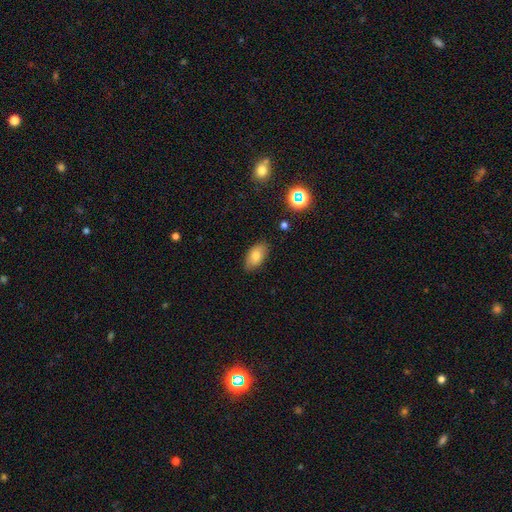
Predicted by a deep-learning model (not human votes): smooth-or-featured: smooth: 76% | featured or disk: 14% | star or artifact: 10%
  how-rounded: in between: 92% | round: 6% | cigar-shaped: 3%
  merging: none: 84% | minor disturbance: 12% | major disturbance: 2% | merger: 1%